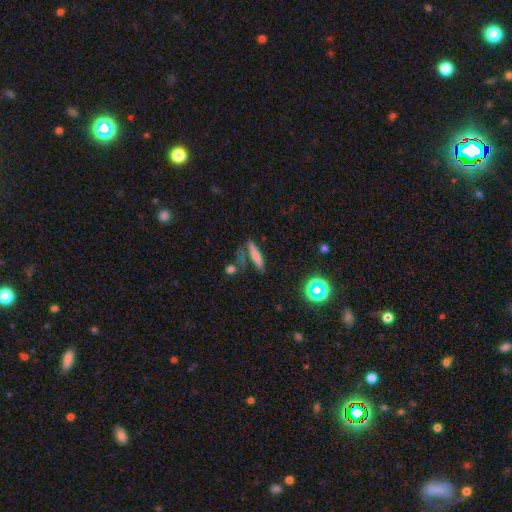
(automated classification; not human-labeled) Smooth or featured? smooth (69%)
How rounded? cigar-shaped (85%)
Merging? none (68%)